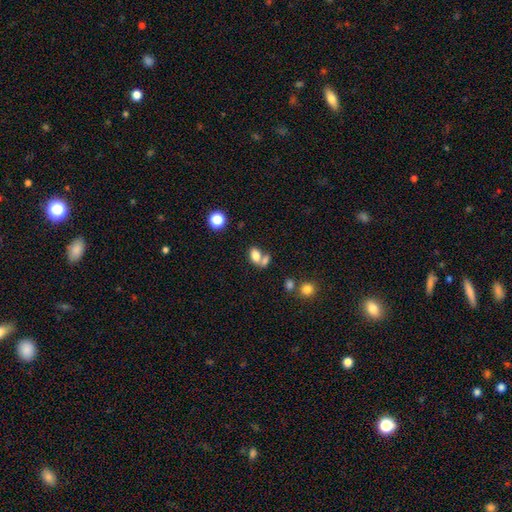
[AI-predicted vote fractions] Smooth or featured?
  - smooth: 77% *
  - featured or disk: 12%
  - star or artifact: 11%
How rounded?
  - in between: 84% *
  - round: 14%
  - cigar-shaped: 2%
Merging?
  - merger: 49% *
  - none: 36%
  - minor disturbance: 10%
  - major disturbance: 5%